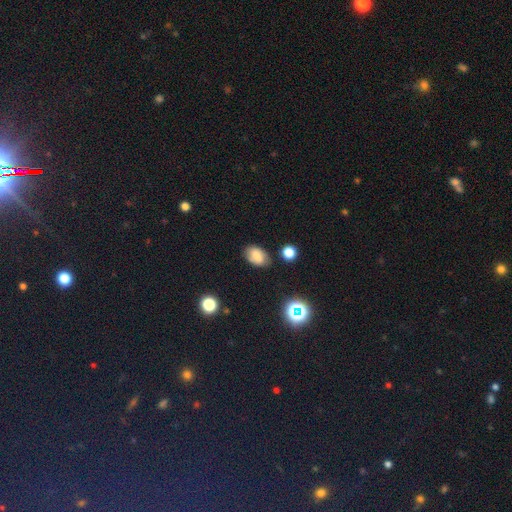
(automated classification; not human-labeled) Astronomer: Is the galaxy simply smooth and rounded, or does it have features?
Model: smooth — 75%.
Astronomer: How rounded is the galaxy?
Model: in between — 88%.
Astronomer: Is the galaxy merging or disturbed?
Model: none — 76%.